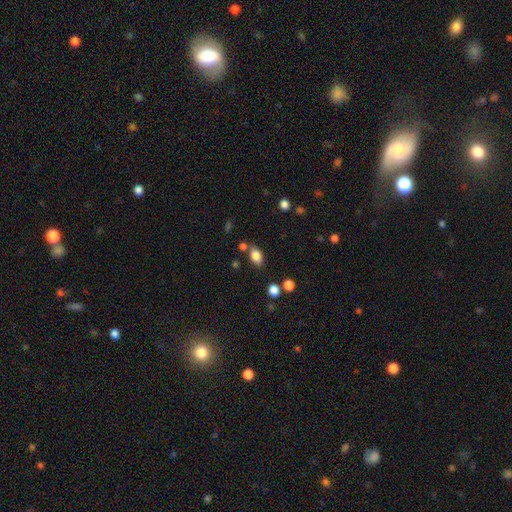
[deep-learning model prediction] A smooth galaxy with no disk features (83%) that is in between round and cigar-shaped (81%). Merging: none (70%).